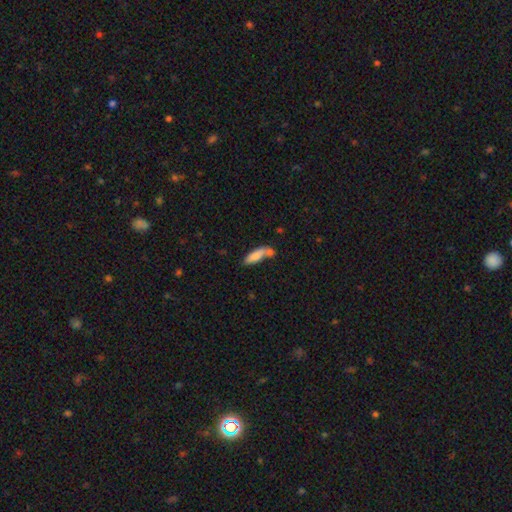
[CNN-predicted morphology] A smooth galaxy with no disk features (78%) that is in between round and cigar-shaped (50%).

Vote fractions:
- Smooth or featured? smooth: 78% / featured or disk: 15% / star or artifact: 7%
- How rounded? in between: 50% / cigar-shaped: 48% / round: 2%
- Merging? none: 44% / merger: 33% / minor disturbance: 17% / major disturbance: 6%